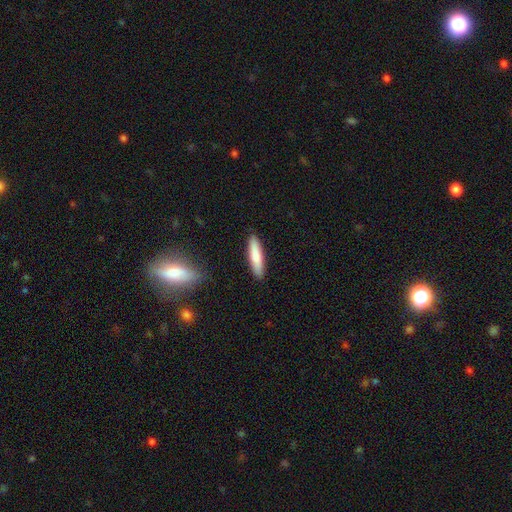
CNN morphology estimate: A smooth galaxy with no disk features (80%) that is cigar-shaped (76%).

Vote fractions:
- Smooth or featured? smooth: 80% / featured or disk: 15% / star or artifact: 5%
- How rounded? cigar-shaped: 76% / in between: 23% / round: 1%
- Merging? none: 90% / minor disturbance: 7% / major disturbance: 2% / merger: 1%